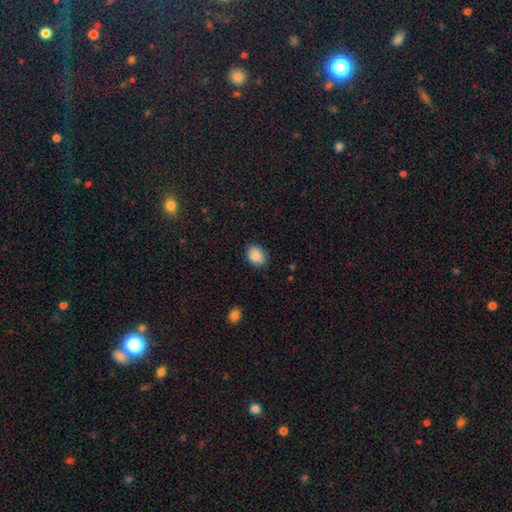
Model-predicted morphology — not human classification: type=smooth (87%); roundness=in between (56%); merging=none (81%).